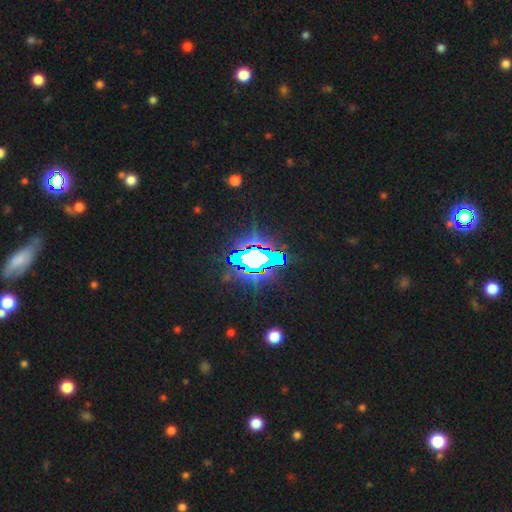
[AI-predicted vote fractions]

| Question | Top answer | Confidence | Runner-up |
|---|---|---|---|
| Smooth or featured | star or artifact | 64% | smooth (19%) |